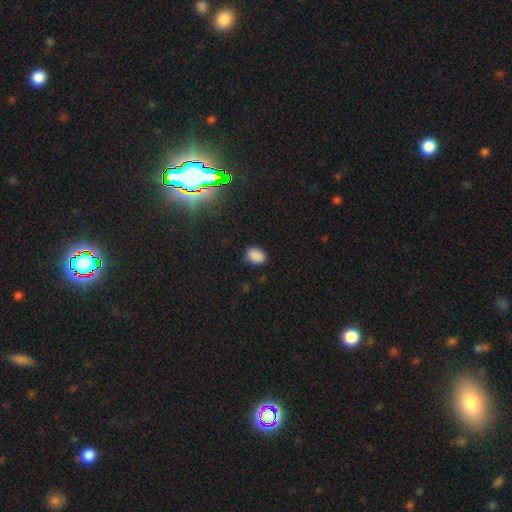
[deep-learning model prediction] This appears to be a smooth galaxy with no disk features (85%) that is in between round and cigar-shaped (73%). Merging: none (79%).